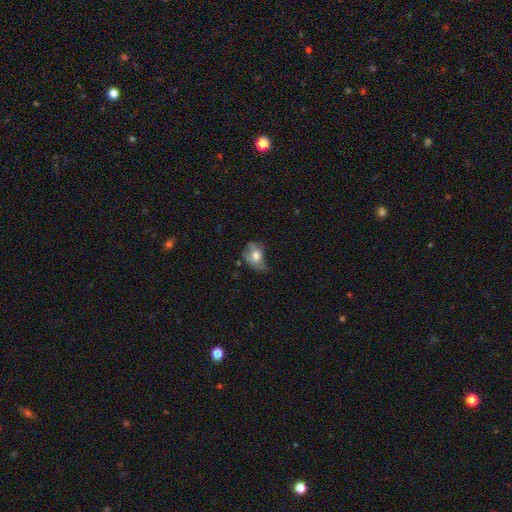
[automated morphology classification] Smooth or featured? smooth (62%)
How rounded? in between (69%)
Merging? minor disturbance (36%)